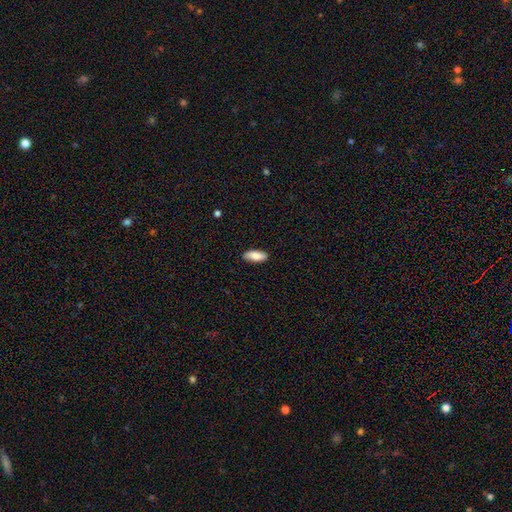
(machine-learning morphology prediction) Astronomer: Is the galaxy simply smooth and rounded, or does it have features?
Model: smooth — 85%.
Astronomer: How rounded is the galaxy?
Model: in between — 81%.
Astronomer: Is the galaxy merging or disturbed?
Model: none — 87%.